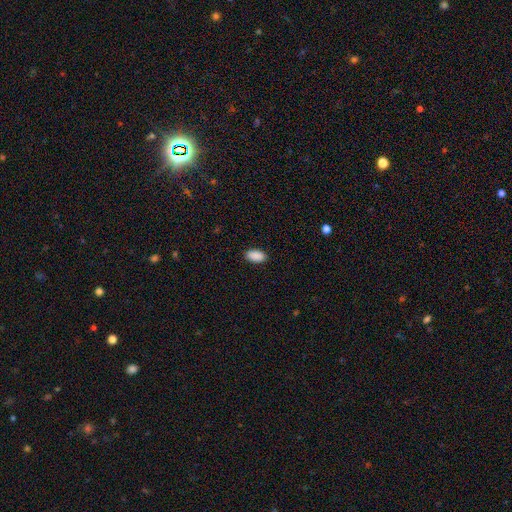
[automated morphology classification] smooth 91%, star or artifact 7%, featured or disk 2%. Down the decision tree: how rounded — in between (94%); merging — none (90%).